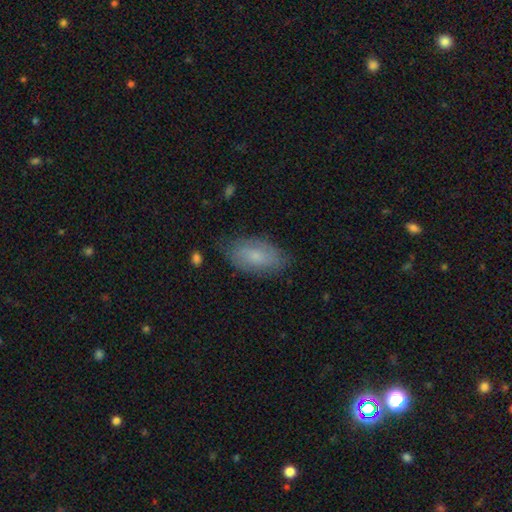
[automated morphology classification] This appears to be a smooth galaxy with no disk features (71%) that is in between round and cigar-shaped (92%). Merging: none (76%).